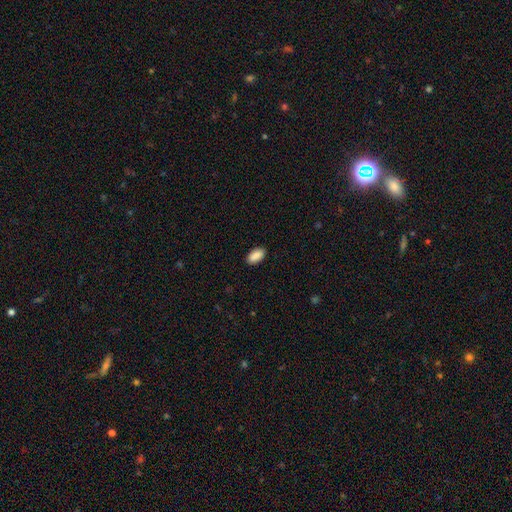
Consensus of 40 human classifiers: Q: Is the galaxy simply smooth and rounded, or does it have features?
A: smooth — 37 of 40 (92%).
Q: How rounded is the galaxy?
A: in between — 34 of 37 (92%).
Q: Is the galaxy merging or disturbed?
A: none — 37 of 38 (97%).